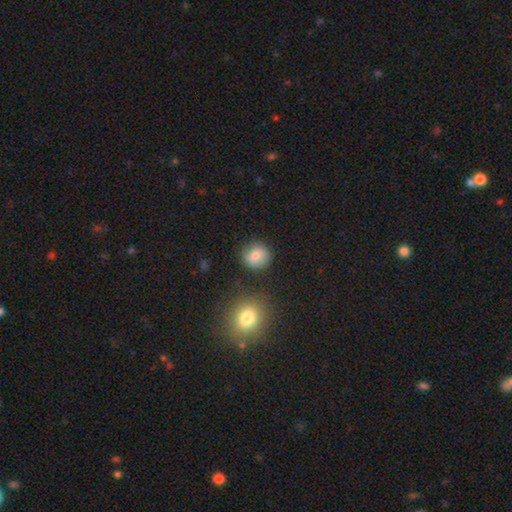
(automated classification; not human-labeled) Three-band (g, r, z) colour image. It shows a smooth galaxy with no disk features (79%) that is round (86%). Merging: none (82%).